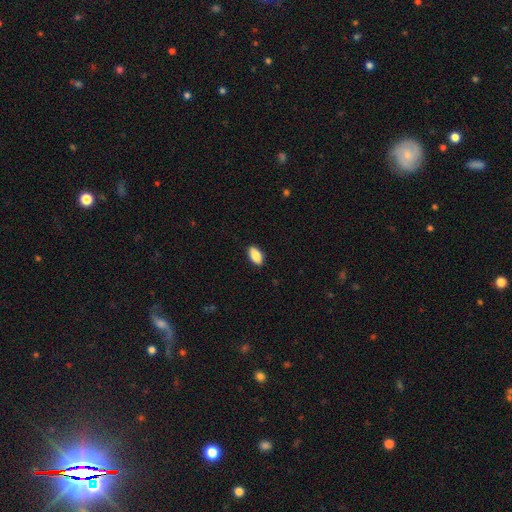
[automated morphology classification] Smooth or featured?
  - smooth: 86% *
  - featured or disk: 7%
  - star or artifact: 7%
How rounded?
  - in between: 91% *
  - cigar-shaped: 6%
  - round: 3%
Merging?
  - none: 89% *
  - minor disturbance: 9%
  - major disturbance: 2%
  - merger: 1%